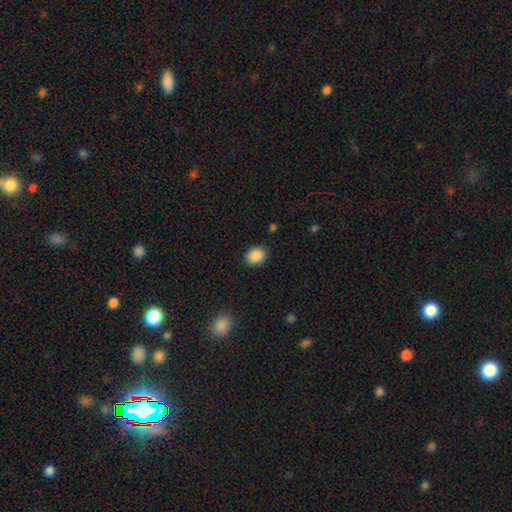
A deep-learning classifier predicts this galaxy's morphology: The model was most divided on "how rounded": round: 56%, in between: 43%, cigar-shaped: 1%. More confident: smooth or featured — smooth (89%); merging — none (88%).